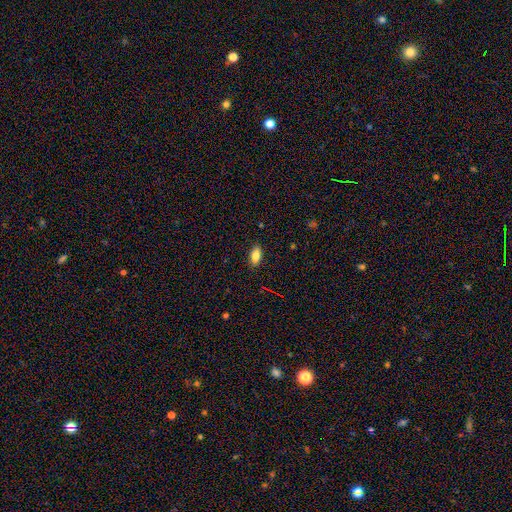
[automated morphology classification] Smooth or featured?
  - smooth: 80% *
  - featured or disk: 11%
  - star or artifact: 9%
How rounded?
  - in between: 87% *
  - cigar-shaped: 9%
  - round: 4%
Merging?
  - none: 87% *
  - minor disturbance: 10%
  - major disturbance: 2%
  - merger: 1%